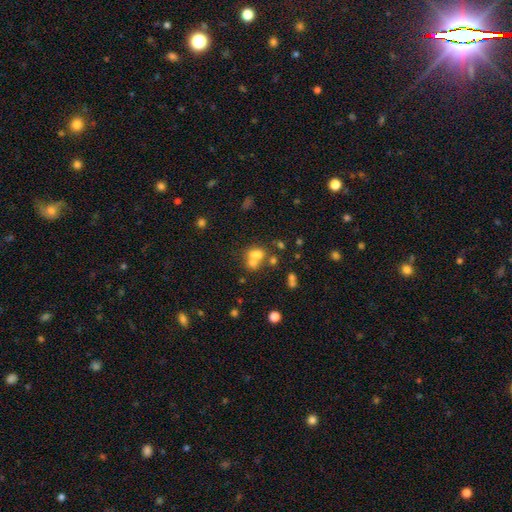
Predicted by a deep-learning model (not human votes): smooth_or_featured: smooth (p=0.61) [alt: featured or disk p=0.21]
how_rounded: round (p=0.49) [tied with: in between p=0.49]
merging: merger (p=0.56) [alt: none p=0.30]